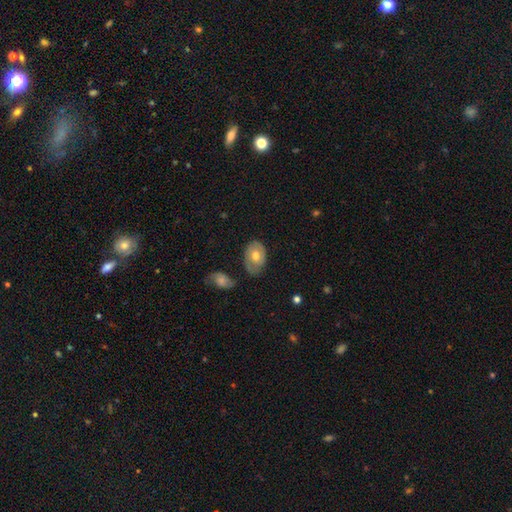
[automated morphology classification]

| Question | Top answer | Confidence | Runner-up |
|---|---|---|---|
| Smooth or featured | smooth | 58% | featured or disk (36%) |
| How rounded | in between | 83% | round (16%) |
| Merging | none | 63% | minor disturbance (25%) |